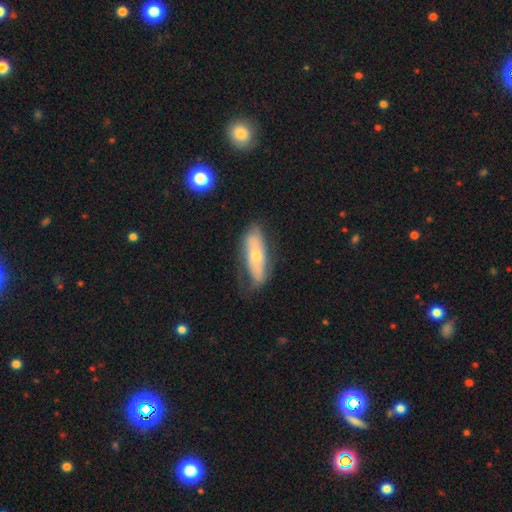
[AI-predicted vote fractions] Morphology: type=smooth (49%); merging=none (63%).